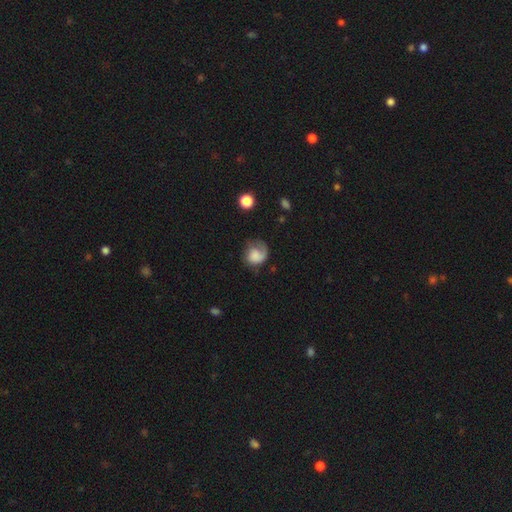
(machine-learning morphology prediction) Smooth or featured?
  - smooth: 53% *
  - featured or disk: 39%
  - star or artifact: 8%
How rounded?
  - round: 65% *
  - in between: 34%
  - cigar-shaped: 1%
Merging?
  - none: 41% *
  - major disturbance: 31%
  - minor disturbance: 26%
  - merger: 3%